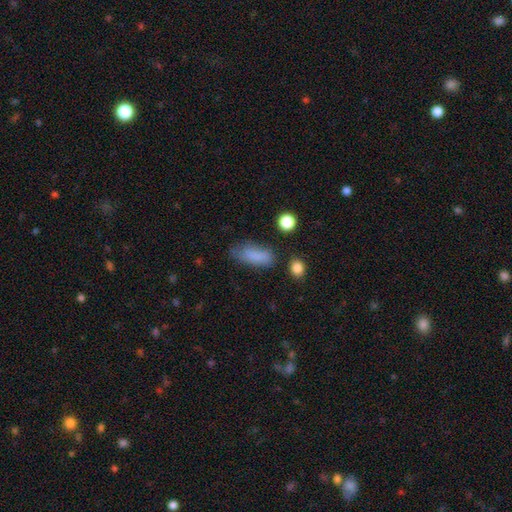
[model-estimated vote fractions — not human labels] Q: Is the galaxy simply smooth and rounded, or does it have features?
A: smooth — 82%.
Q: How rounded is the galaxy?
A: in between — 73%.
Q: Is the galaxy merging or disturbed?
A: none — 58%.